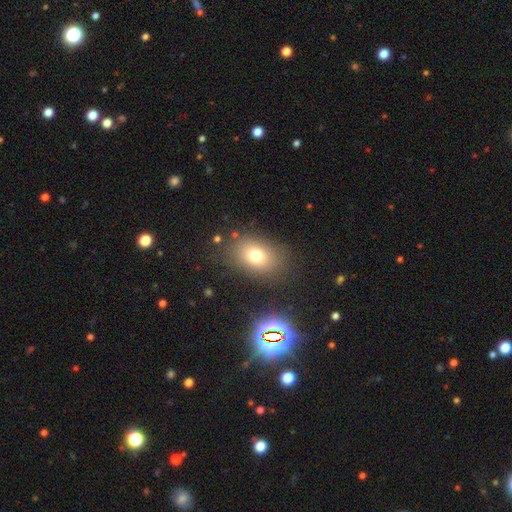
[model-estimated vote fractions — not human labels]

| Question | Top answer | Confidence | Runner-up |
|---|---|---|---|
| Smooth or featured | smooth | 74% | star or artifact (13%) |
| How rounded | in between | 74% | round (25%) |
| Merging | none | 80% | minor disturbance (12%) |